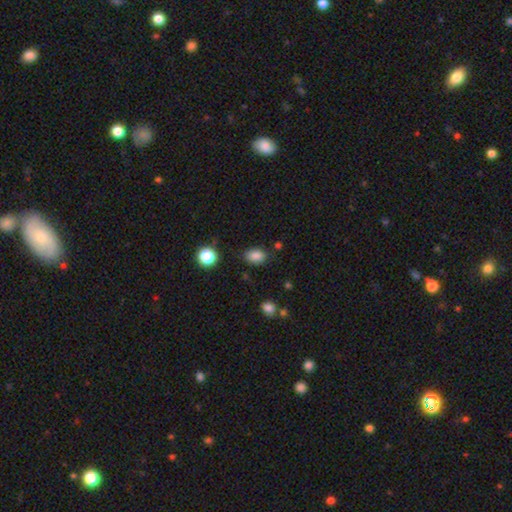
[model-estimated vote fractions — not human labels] Smooth or featured? smooth (85%)
How rounded? in between (77%)
Merging? none (77%)